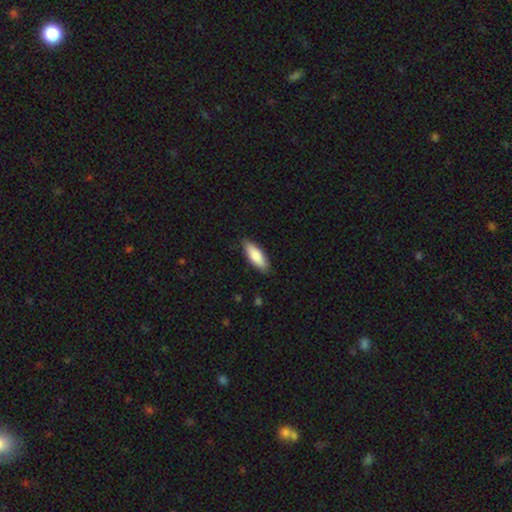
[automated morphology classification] smooth-or-featured: smooth: 84% | featured or disk: 11% | star or artifact: 5%
  how-rounded: in between: 66% | cigar-shaped: 33% | round: 2%
  merging: none: 86% | minor disturbance: 11% | major disturbance: 2% | merger: 1%